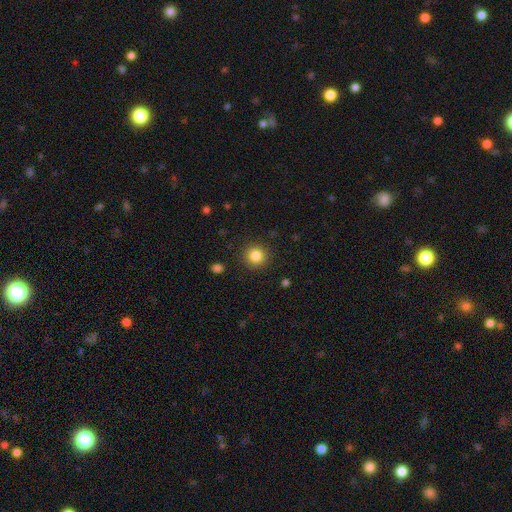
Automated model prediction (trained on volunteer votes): Smooth or featured? Predicted: smooth (p=0.84). How rounded? Predicted: round (p=0.94). Merging? Predicted: none (p=0.90).